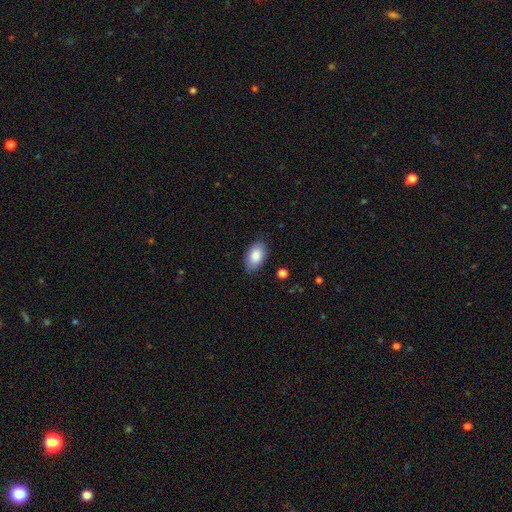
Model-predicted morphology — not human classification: Smooth or featured? smooth (86%)
How rounded? in between (93%)
Merging? none (83%)